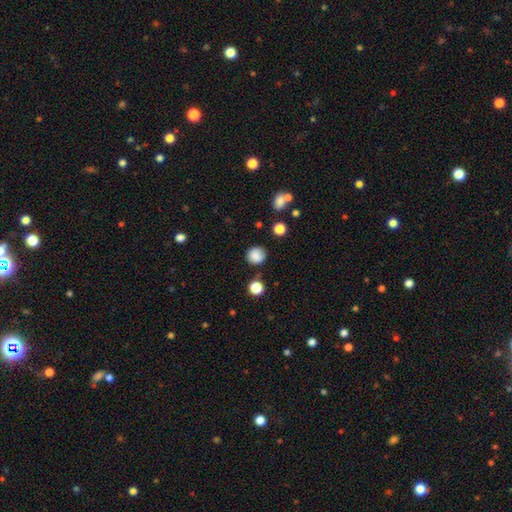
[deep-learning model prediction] Overall: smooth (84%). How rounded: round (86%). Merging: none (79%).